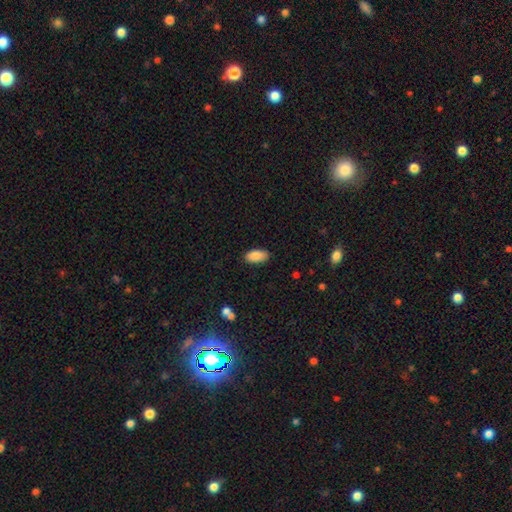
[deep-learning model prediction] Smooth or featured: smooth — 88% (star or artifact — 7%)
How rounded: in between — 93% (cigar-shaped — 5%)
Merging: none — 87% (minor disturbance — 10%)